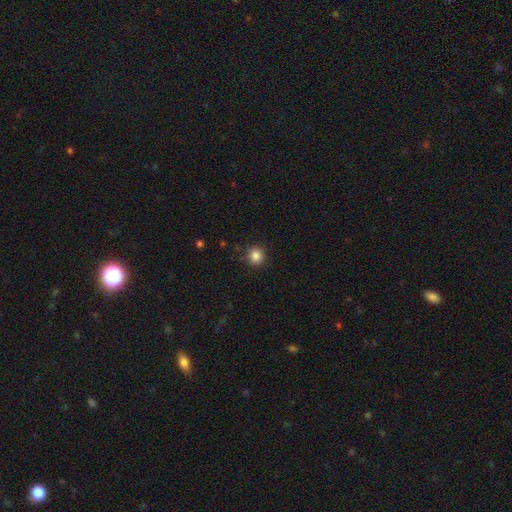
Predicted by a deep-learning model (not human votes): Morphology: type=smooth (85%); roundness=round (92%); merging=none (88%).